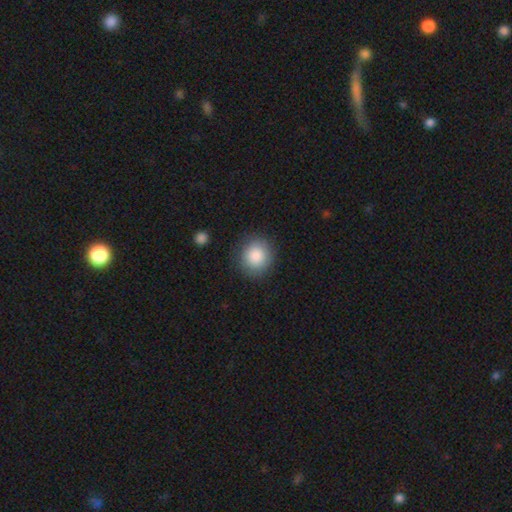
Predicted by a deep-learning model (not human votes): A smooth galaxy with no disk features (87%) that is round (84%). Merging: none (87%).